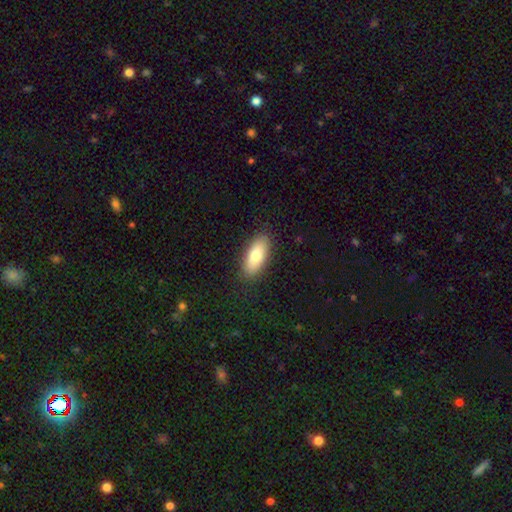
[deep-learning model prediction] This is likely a smooth galaxy (80%). How rounded: clearly in between (82%). Merging: clearly none (88%).